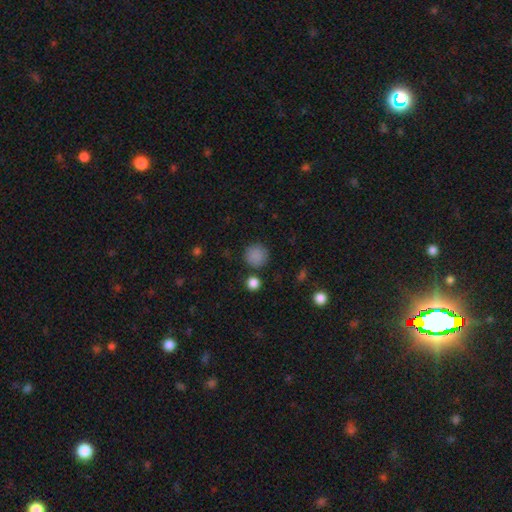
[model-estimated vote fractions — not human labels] Morphology: type=smooth (86%); roundness=round (94%); merging=none (85%).